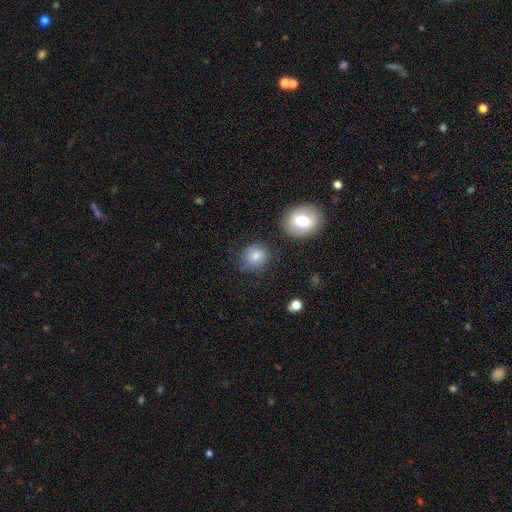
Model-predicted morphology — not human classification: Overall: smooth (75%). How rounded: round (78%). Merging: none (75%).